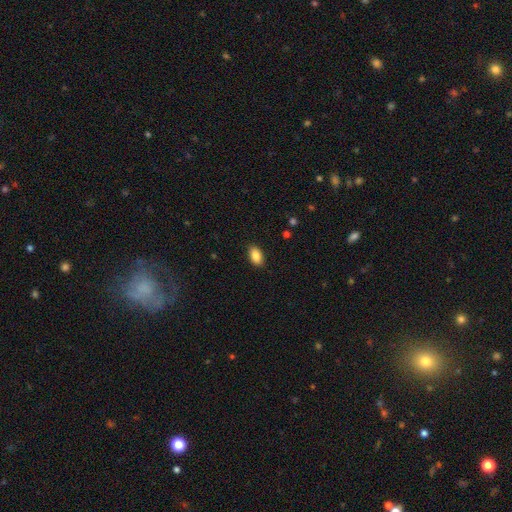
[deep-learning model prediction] A smooth galaxy with no disk features (88%) that is in between round and cigar-shaped (92%). Merging: none (89%).